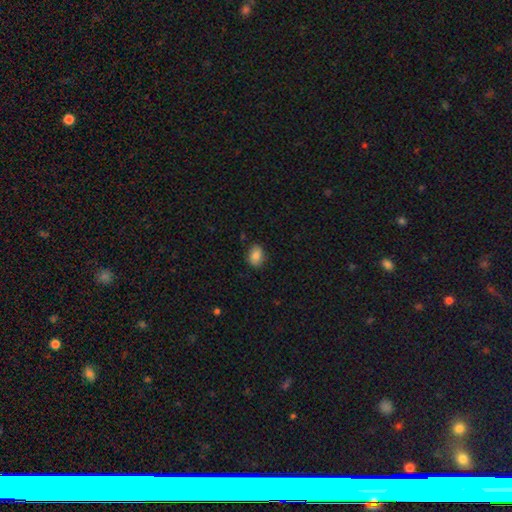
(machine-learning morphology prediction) smooth-or-featured: smooth: 85% | star or artifact: 9% | featured or disk: 6%
  how-rounded: in between: 70% | round: 29% | cigar-shaped: 1%
  merging: none: 84% | minor disturbance: 12% | major disturbance: 2% | merger: 1%